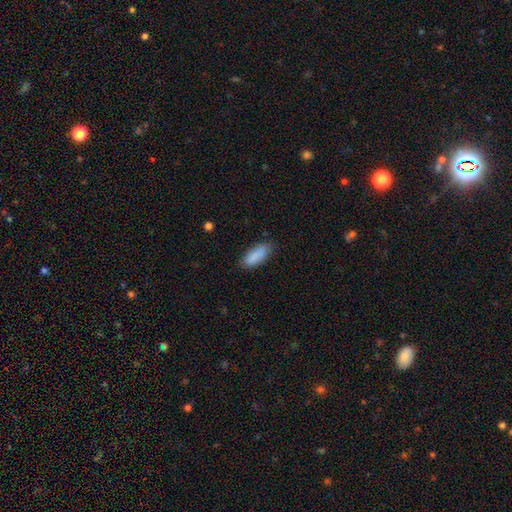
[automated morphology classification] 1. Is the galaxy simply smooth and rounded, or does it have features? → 87% smooth, 7% star or artifact, 6% featured or disk.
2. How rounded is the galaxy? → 75% in between, 24% cigar-shaped, 2% round.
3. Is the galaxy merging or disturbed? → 75% none, 19% minor disturbance, 4% major disturbance, 2% merger.